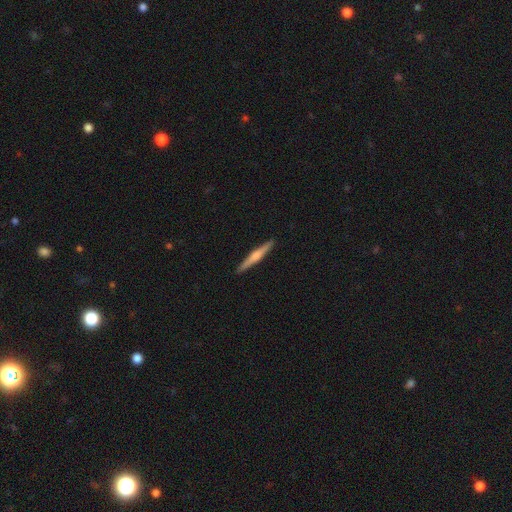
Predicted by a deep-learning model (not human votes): Q: Smooth or featured?
A: featured or disk (54%); runner-up: smooth (41%)
Q: Edge-on disk?
A: yes (98%); runner-up: no (2%)
Q: Edge-on bulge?
A: rounded (68%); runner-up: none (18%)
Q: Merging?
A: none (92%); runner-up: minor disturbance (5%)